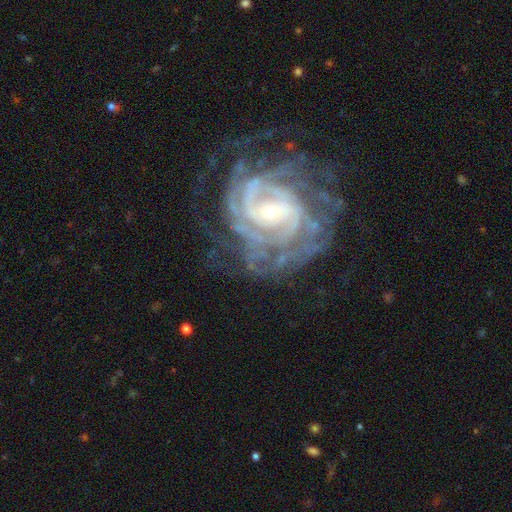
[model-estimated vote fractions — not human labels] smooth_or_featured: featured or disk (p=0.89) [alt: star or artifact p=0.06]
disk_edge_on: no (p=0.98) [alt: yes p=0.02]
bar: no (p=0.44) [alt: weak p=0.40]
has_spiral_arms: yes (p=0.96) [alt: no p=0.04]
spiral_winding: tight (p=0.67) [alt: medium p=0.27]
spiral_arm_count: can't tell (p=0.31) [alt: 4 p=0.18]
bulge_size: small (p=0.76) [alt: moderate p=0.19]
merging: none (p=0.61) [alt: minor disturbance p=0.19]